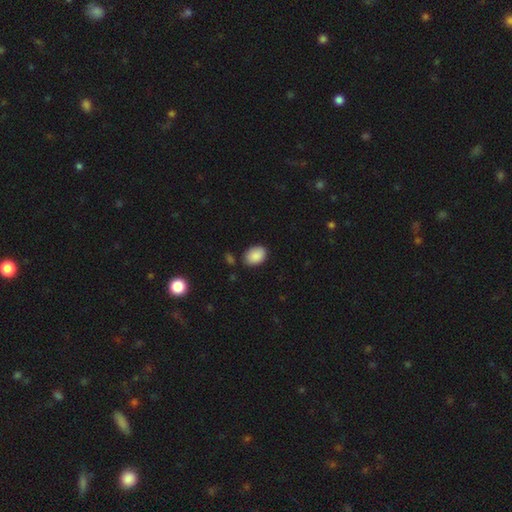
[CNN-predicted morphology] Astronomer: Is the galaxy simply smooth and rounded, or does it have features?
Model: smooth — 89%.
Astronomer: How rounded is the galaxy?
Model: in between — 80%.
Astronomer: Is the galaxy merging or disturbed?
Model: none — 81%.